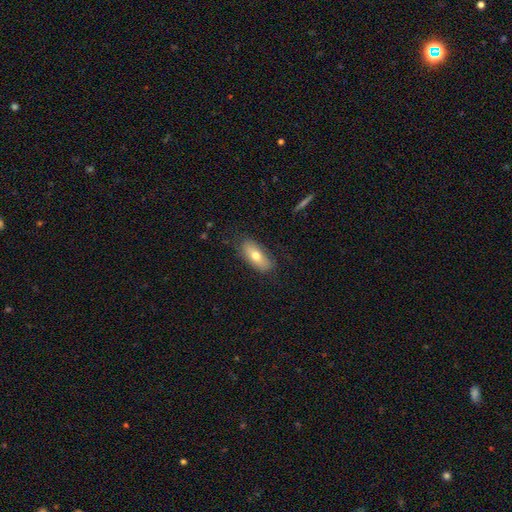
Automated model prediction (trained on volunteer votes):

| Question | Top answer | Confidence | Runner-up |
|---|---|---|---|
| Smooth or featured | smooth | 69% | featured or disk (24%) |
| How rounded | in between | 83% | cigar-shaped (14%) |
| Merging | none | 79% | minor disturbance (16%) |